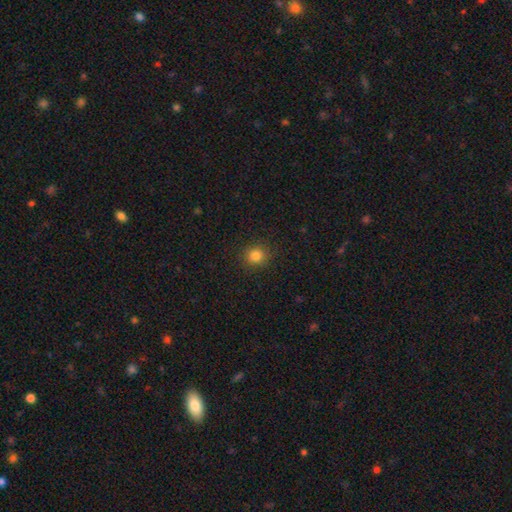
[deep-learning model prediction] Q: Smooth or featured?
A: smooth (83%); runner-up: star or artifact (13%)
Q: How rounded?
A: round (90%); runner-up: in between (9%)
Q: Merging?
A: none (90%); runner-up: minor disturbance (6%)